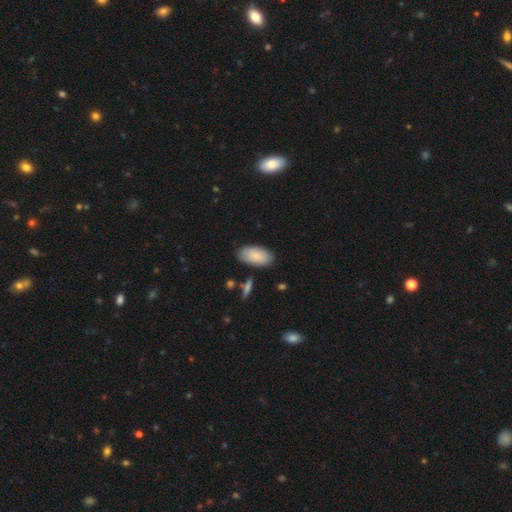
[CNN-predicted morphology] Q: Smooth or featured?
A: smooth (84%); runner-up: featured or disk (10%)
Q: How rounded?
A: in between (95%); runner-up: cigar-shaped (3%)
Q: Merging?
A: none (82%); runner-up: minor disturbance (13%)